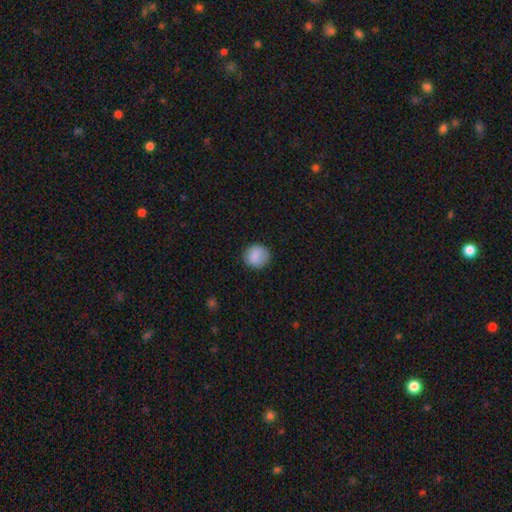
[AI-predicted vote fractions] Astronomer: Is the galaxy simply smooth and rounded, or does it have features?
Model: smooth — 86%.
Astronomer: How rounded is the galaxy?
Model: round — 89%.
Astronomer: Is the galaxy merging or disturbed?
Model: none — 85%.